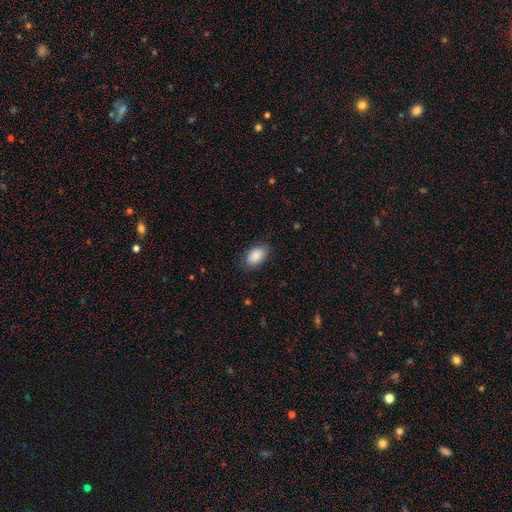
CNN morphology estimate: The model was most divided on "merging": none: 81%, minor disturbance: 14%, major disturbance: 4%, merger: 1%. More confident: how rounded — in between (89%); smooth or featured — smooth (88%).